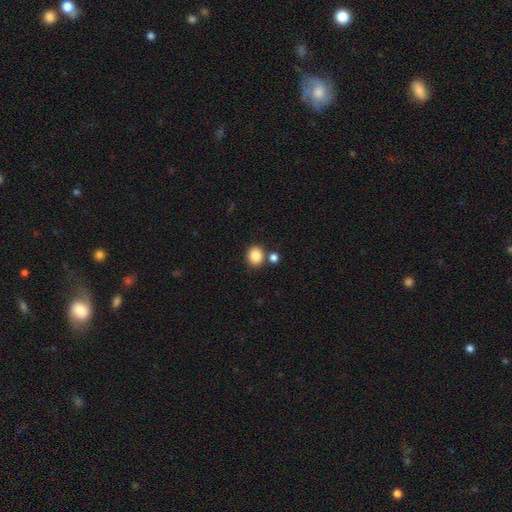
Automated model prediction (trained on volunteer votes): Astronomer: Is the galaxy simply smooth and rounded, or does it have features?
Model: smooth — 86%.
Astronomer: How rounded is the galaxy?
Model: round — 71%.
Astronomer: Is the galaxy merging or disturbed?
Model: none — 74%.